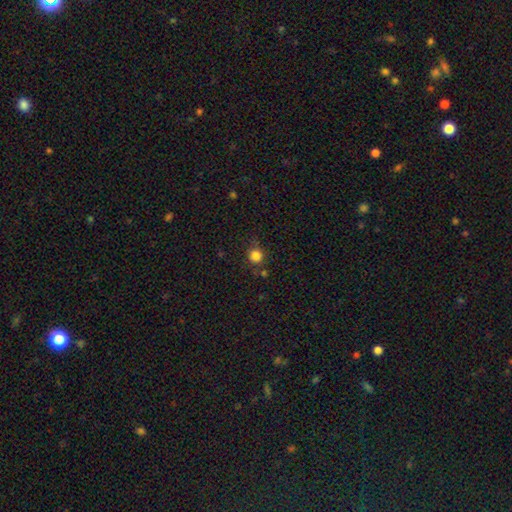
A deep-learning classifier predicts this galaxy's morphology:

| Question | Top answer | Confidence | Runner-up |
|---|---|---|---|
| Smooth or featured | smooth | 83% | star or artifact (12%) |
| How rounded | round | 90% | in between (9%) |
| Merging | none | 78% | minor disturbance (13%) |